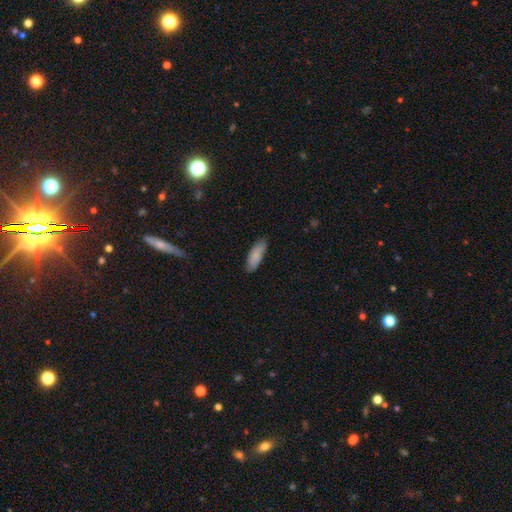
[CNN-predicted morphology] smooth_or_featured: smooth (p=0.82) [alt: featured or disk p=0.13]
how_rounded: in between (p=0.70) [alt: cigar-shaped p=0.29]
merging: none (p=0.81) [alt: minor disturbance p=0.15]